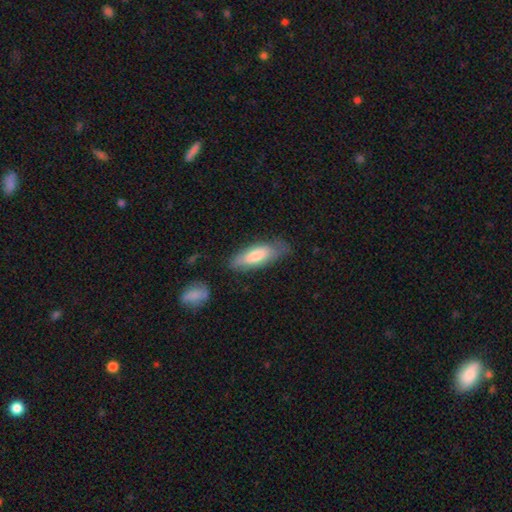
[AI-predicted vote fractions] smooth_or_featured: smooth (p=0.74) [alt: featured or disk p=0.21]
how_rounded: in between (p=0.62) [alt: cigar-shaped p=0.36]
merging: none (p=0.69) [alt: minor disturbance p=0.23]